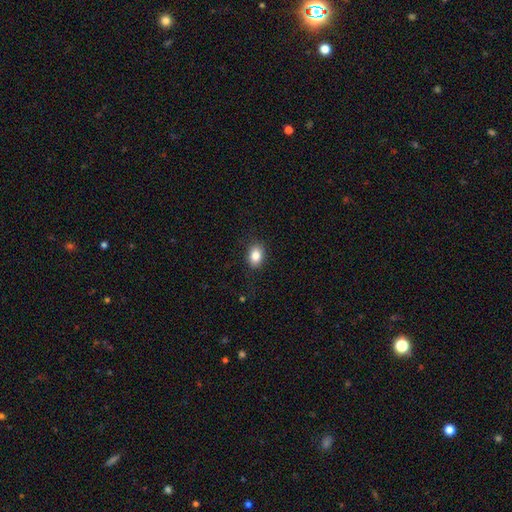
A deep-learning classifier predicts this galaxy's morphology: The model was most divided on "how rounded": in between: 73%, round: 26%, cigar-shaped: 1%. More confident: merging — none (87%); smooth or featured — smooth (84%).